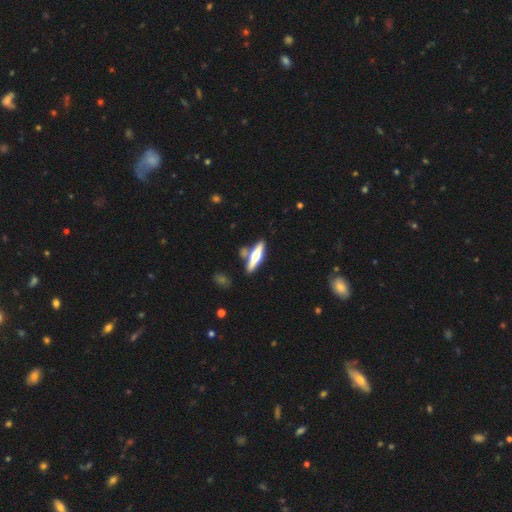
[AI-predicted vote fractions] Morphology: type=featured or disk (61%); edge-on=yes (95%); edge-on bulge=rounded (94%); merging=none (76%).